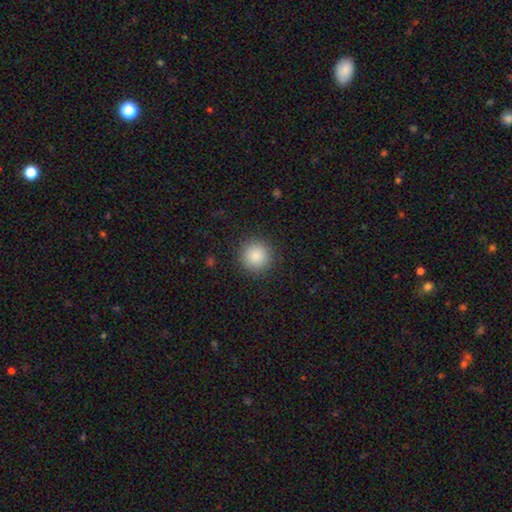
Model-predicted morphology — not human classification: Smooth or featured? smooth (87%)
How rounded? round (95%)
Merging? none (91%)